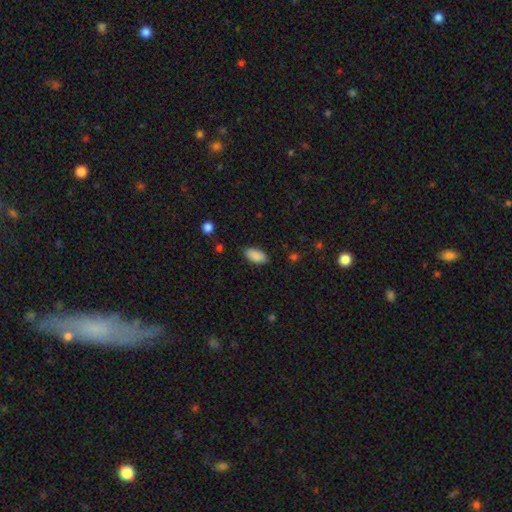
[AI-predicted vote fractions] This appears to be a smooth galaxy with no disk features (89%) that is in between round and cigar-shaped (93%). Merging: none (86%).